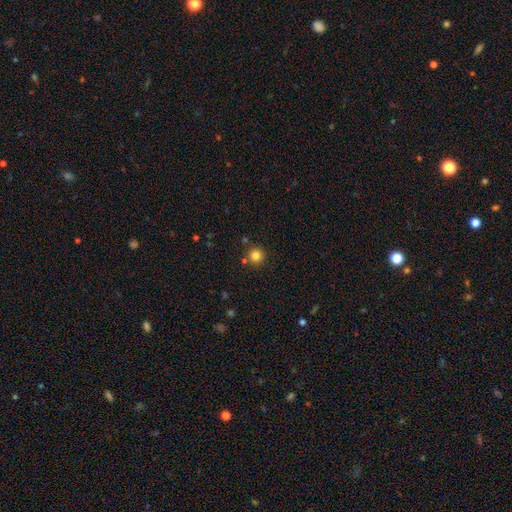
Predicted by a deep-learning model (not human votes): Q: Smooth or featured?
A: smooth (82%); runner-up: star or artifact (13%)
Q: How rounded?
A: round (95%); runner-up: in between (4%)
Q: Merging?
A: none (85%); runner-up: minor disturbance (7%)